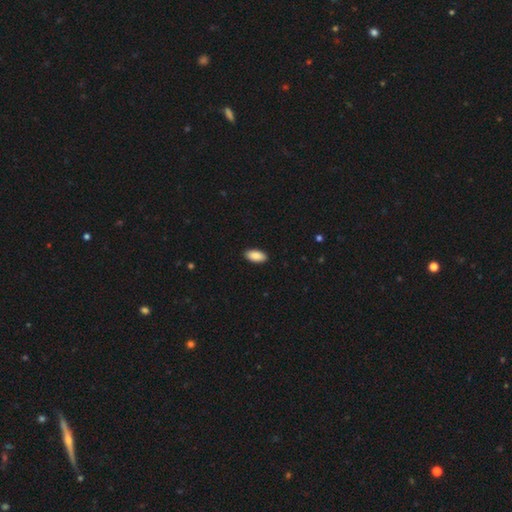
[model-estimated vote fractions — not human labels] Smooth or featured?
  - smooth: 90% *
  - star or artifact: 6%
  - featured or disk: 4%
How rounded?
  - in between: 93% *
  - cigar-shaped: 5%
  - round: 2%
Merging?
  - none: 91% *
  - minor disturbance: 7%
  - major disturbance: 2%
  - merger: 1%